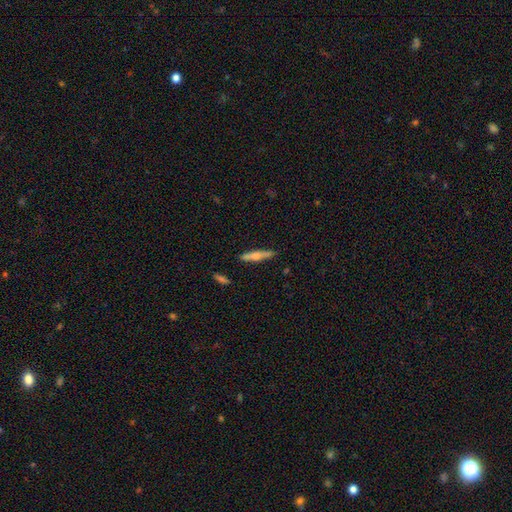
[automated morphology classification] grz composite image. It shows a smooth galaxy with no disk features (48%). Merging: none (86%).